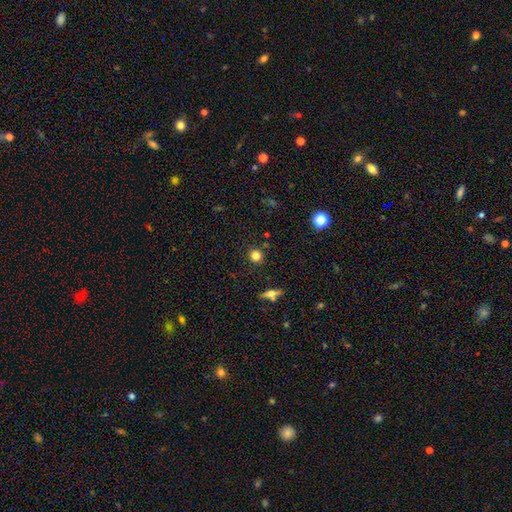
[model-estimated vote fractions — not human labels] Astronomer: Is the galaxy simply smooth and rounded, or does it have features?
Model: smooth — 79%.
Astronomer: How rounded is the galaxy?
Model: round — 89%.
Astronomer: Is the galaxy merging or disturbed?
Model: none — 88%.